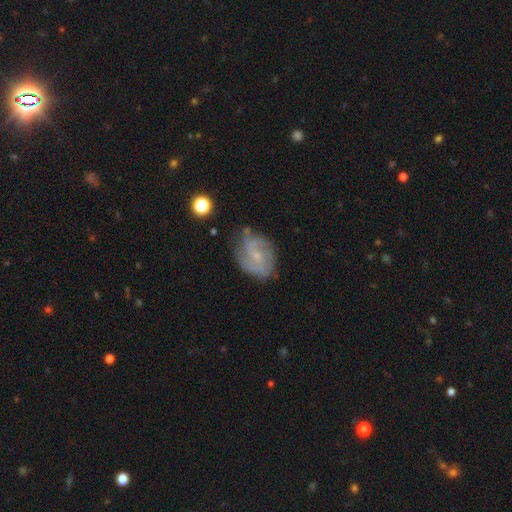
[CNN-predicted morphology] A featured or disk galaxy (77%) with no bar (55%), 2 (51%) medium (45%) spiral arms (92%) and a small central bulge (73%). Merging: none (66%).